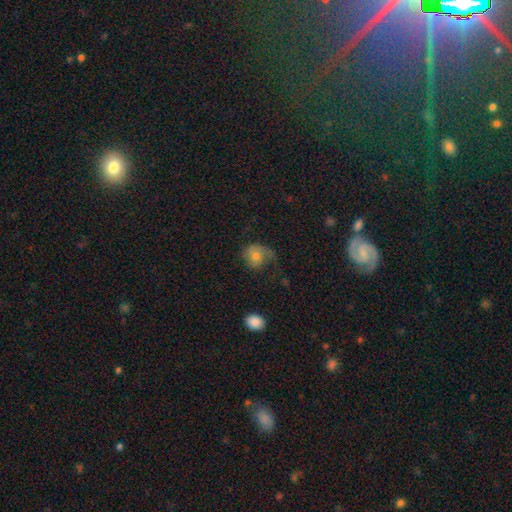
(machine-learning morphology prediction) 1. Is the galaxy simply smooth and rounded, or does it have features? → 55% smooth, 36% featured or disk, 10% star or artifact.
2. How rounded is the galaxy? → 66% round, 33% in between, 1% cigar-shaped.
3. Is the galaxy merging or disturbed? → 40% none, 29% major disturbance, 28% minor disturbance, 2% merger.